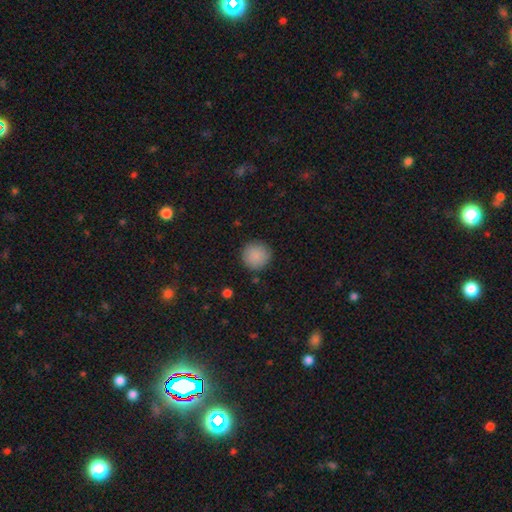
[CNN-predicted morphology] A smooth galaxy with no disk features (88%) that is round (95%). Merging: none (89%).